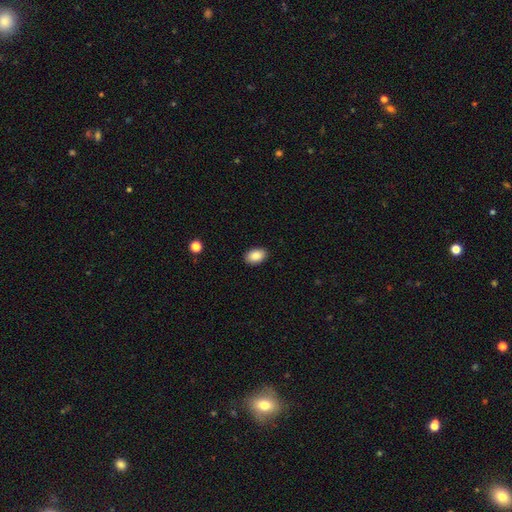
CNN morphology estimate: The model was most divided on "how rounded": in between: 89%, round: 10%, cigar-shaped: 1%. More confident: merging — none (90%); smooth or featured — smooth (88%).